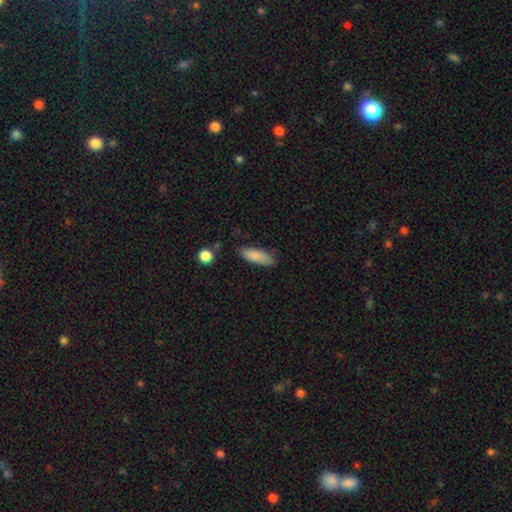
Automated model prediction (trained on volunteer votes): Overall: smooth (85%). How rounded: in between (59%; cigar-shaped 39%). Merging: none (77%).